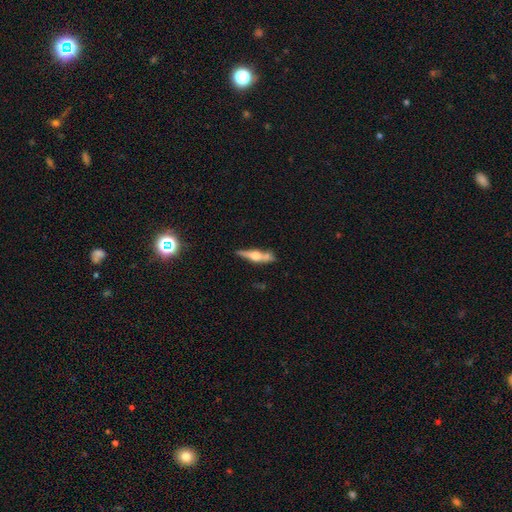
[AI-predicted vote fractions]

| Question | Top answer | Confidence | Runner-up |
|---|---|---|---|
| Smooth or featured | featured or disk | 65% | smooth (29%) |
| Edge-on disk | yes | 94% | no (6%) |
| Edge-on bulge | rounded | 91% | boxy (6%) |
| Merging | none | 64% | minor disturbance (16%) |